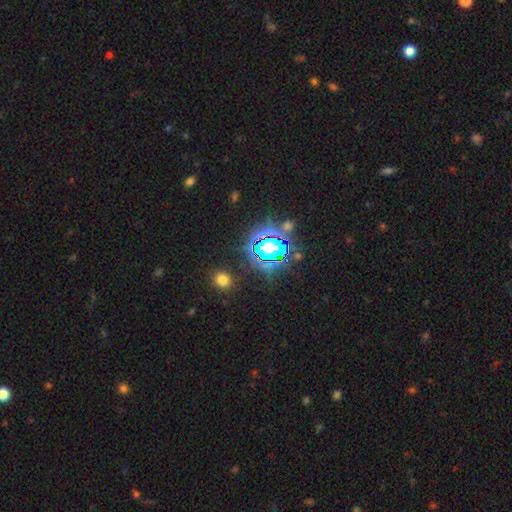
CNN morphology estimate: A star or artifact, not a galaxy (75%).